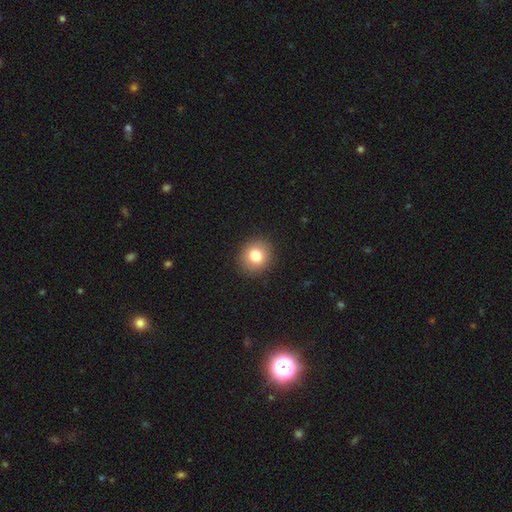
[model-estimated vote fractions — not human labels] Smooth or featured?
  - smooth: 81% *
  - star or artifact: 10%
  - featured or disk: 9%
How rounded?
  - round: 83% *
  - in between: 16%
  - cigar-shaped: 1%
Merging?
  - none: 91% *
  - minor disturbance: 6%
  - major disturbance: 2%
  - merger: 1%